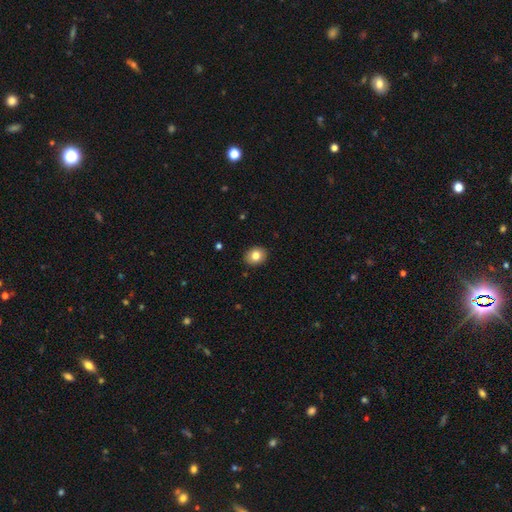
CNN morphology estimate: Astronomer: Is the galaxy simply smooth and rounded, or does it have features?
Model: smooth — 81%.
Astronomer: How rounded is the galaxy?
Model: round — 55% (runner-up: in between, 44%).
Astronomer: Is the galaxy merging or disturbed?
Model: none — 90%.